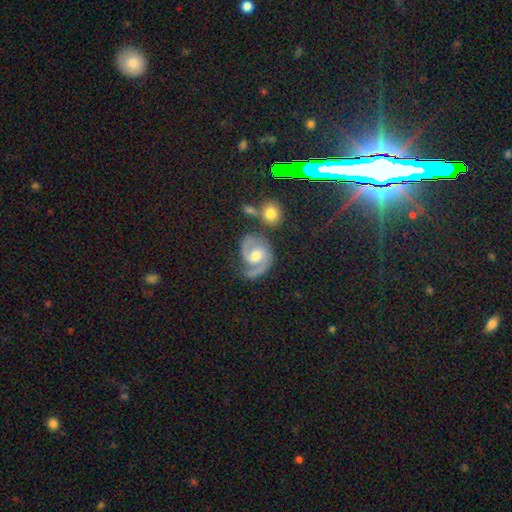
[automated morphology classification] This appears to be a featured or disk galaxy (84%) with no bar (49%), 2 (77%) medium (50%) spiral arms (96%) and a moderate central bulge (69%). Merging: none (58%).